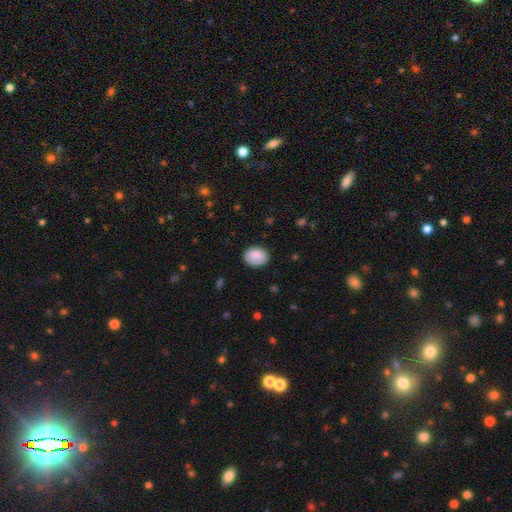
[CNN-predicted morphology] smooth_or_featured: smooth (p=0.85) [alt: featured or disk p=0.08]
how_rounded: in between (p=0.62) [alt: round p=0.37]
merging: none (p=0.81) [alt: minor disturbance p=0.14]